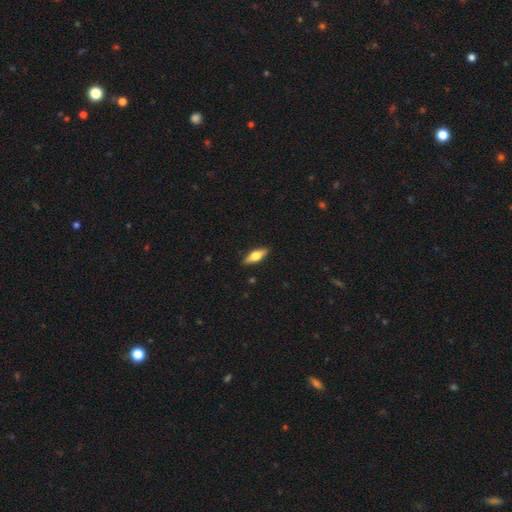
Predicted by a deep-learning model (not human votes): This appears to be a smooth galaxy with no disk features (56%) that is in between round and cigar-shaped (64%). Merging: none (89%).